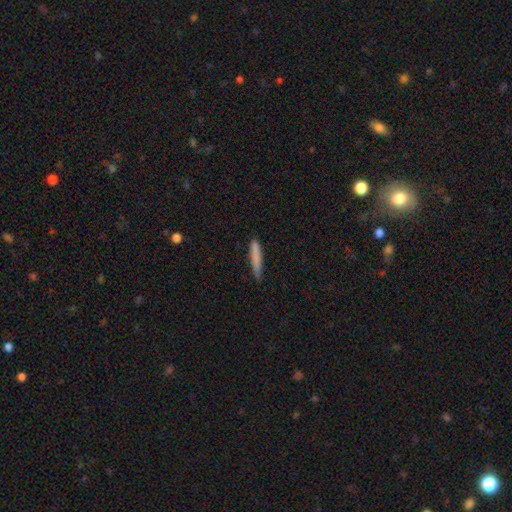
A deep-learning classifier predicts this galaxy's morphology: A smooth galaxy with no disk features (77%) that is cigar-shaped (94%).

Vote fractions:
- Smooth or featured? smooth: 77% / featured or disk: 16% / star or artifact: 6%
- How rounded? cigar-shaped: 94% / in between: 5% / round: 1%
- Merging? none: 80% / minor disturbance: 16% / major disturbance: 3% / merger: 2%